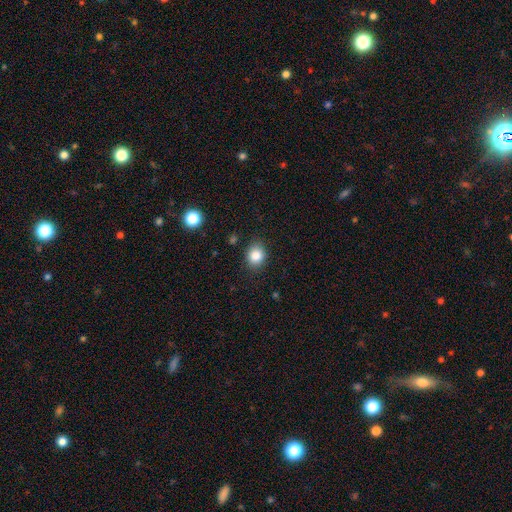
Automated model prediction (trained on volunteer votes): A smooth galaxy with no disk features (84%) that is round (62%).

Vote fractions:
- Smooth or featured? smooth: 84% / star or artifact: 10% / featured or disk: 6%
- How rounded? round: 62% / in between: 37% / cigar-shaped: 1%
- Merging? none: 84% / minor disturbance: 12% / major disturbance: 3% / merger: 2%